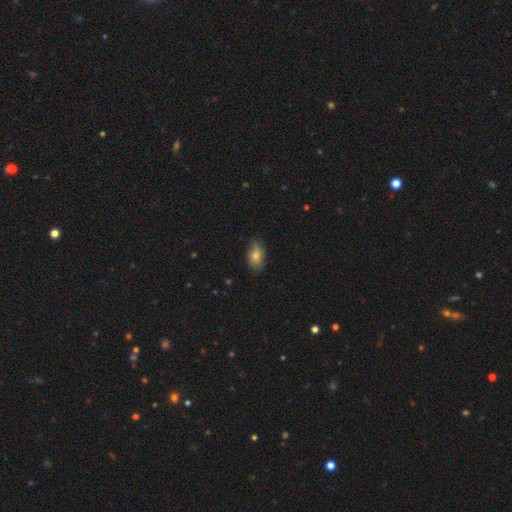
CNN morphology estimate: smooth 66%, featured or disk 24%, star or artifact 9%. Down the decision tree: how rounded — in between (87%); merging — none (68%).